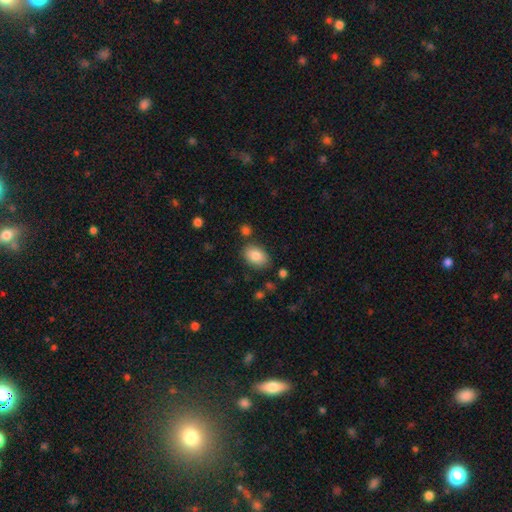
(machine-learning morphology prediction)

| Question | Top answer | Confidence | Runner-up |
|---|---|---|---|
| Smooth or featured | smooth | 84% | featured or disk (9%) |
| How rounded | in between | 84% | round (15%) |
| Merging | none | 80% | minor disturbance (12%) |